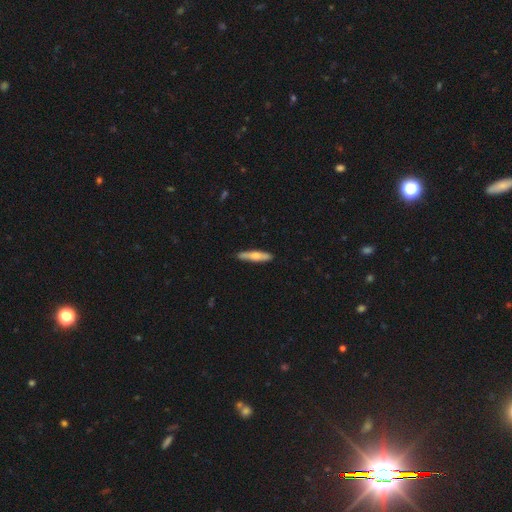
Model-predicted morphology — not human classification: Q: Smooth or featured?
A: smooth (63%); runner-up: featured or disk (32%)
Q: How rounded?
A: cigar-shaped (86%); runner-up: in between (12%)
Q: Merging?
A: none (87%); runner-up: minor disturbance (10%)